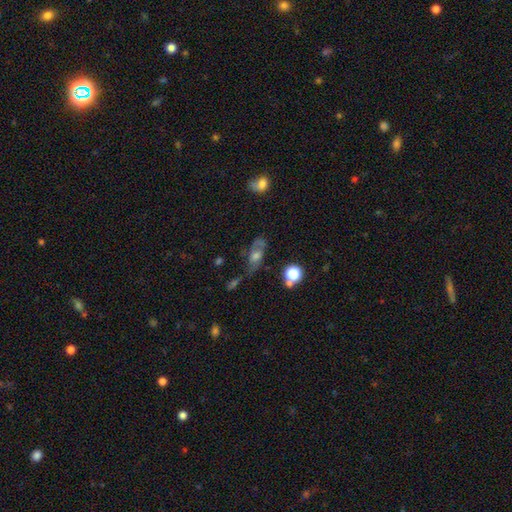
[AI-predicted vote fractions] Overall: featured or disk (44%; smooth 37%). Merging: none (46%; minor disturbance 24%).